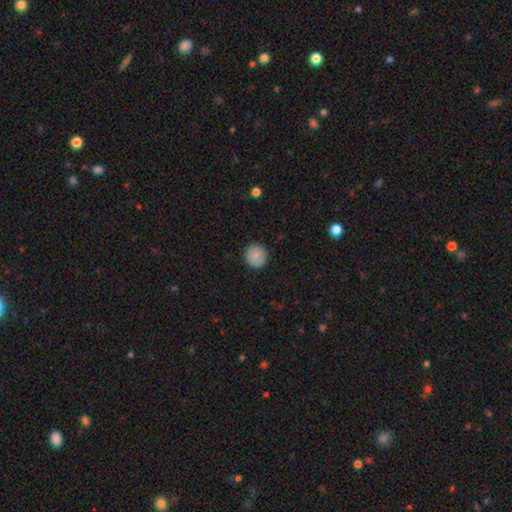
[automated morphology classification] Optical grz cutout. It shows a smooth galaxy with no disk features (84%) that is round (95%). Merging: none (91%).